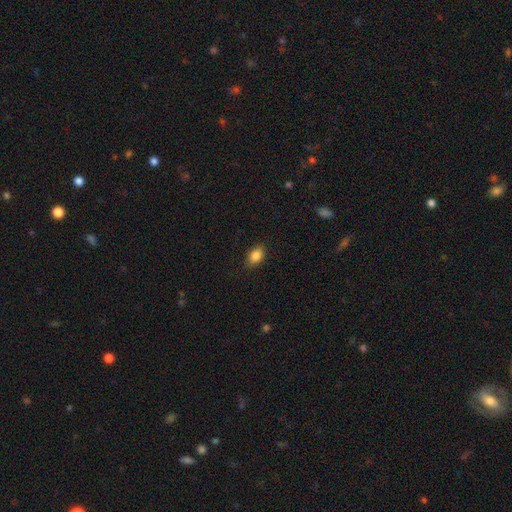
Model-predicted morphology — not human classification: A smooth galaxy with no disk features (86%) that is in between round and cigar-shaped (81%). Merging: none (87%).